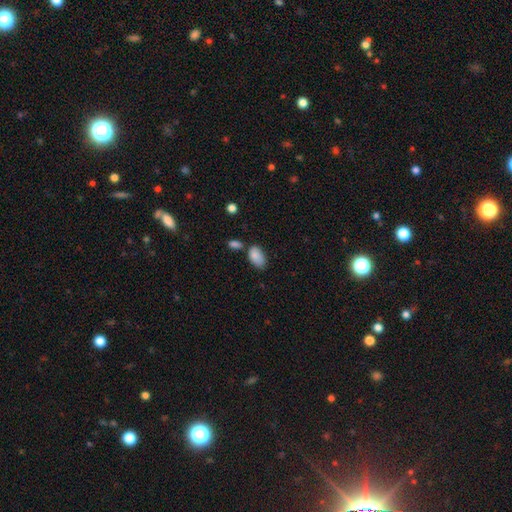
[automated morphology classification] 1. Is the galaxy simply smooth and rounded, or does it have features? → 86% smooth, 7% star or artifact, 6% featured or disk.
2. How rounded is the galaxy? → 93% in between, 5% round, 2% cigar-shaped.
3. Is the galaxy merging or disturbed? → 57% none, 26% minor disturbance, 12% merger, 6% major disturbance.